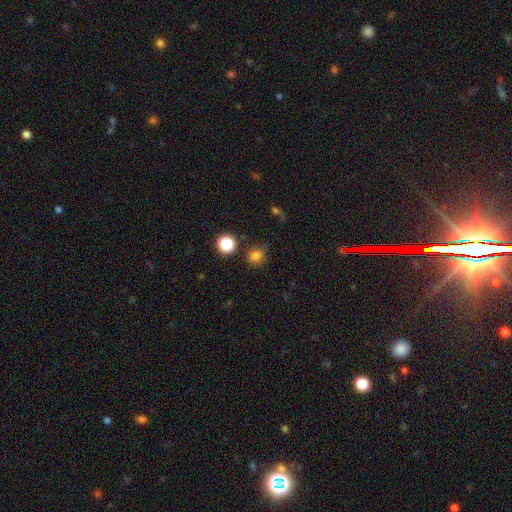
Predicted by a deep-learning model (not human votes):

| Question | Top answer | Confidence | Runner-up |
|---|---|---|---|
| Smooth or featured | smooth | 79% | star or artifact (16%) |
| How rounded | round | 75% | in between (24%) |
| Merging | none | 75% | minor disturbance (16%) |